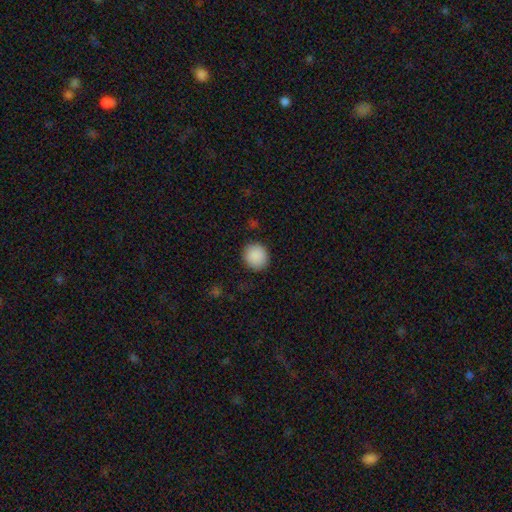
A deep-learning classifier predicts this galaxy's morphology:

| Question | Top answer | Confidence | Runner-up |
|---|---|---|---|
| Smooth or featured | smooth | 89% | star or artifact (8%) |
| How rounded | round | 88% | in between (11%) |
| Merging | none | 88% | minor disturbance (8%) |